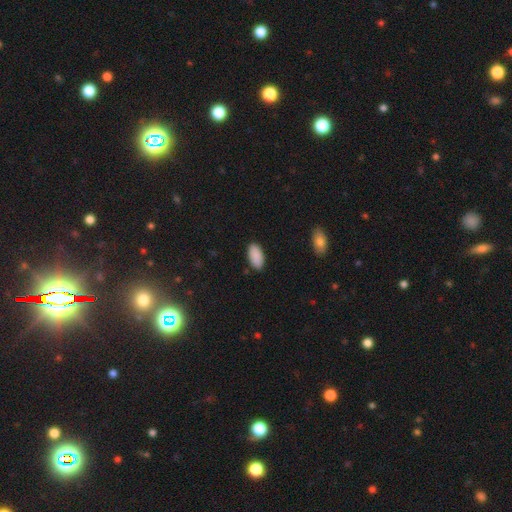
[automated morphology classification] Overall: smooth (90%). How rounded: in between (95%). Merging: none (87%).